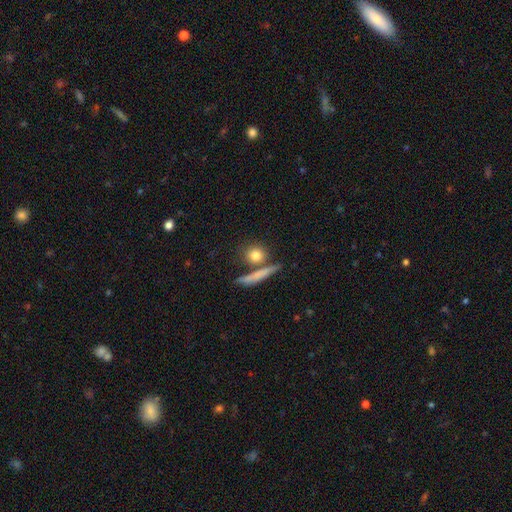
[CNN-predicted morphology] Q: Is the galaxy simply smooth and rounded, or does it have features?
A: smooth — 78%.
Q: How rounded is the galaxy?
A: round — 67%.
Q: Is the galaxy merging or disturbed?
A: none — 67%.